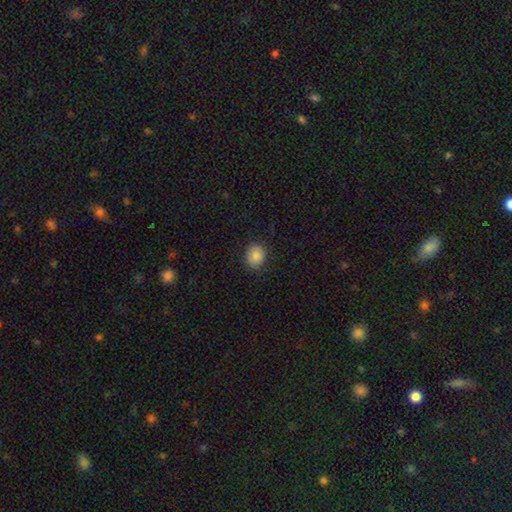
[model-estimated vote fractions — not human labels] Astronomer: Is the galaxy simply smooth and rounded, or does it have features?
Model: smooth — 85%.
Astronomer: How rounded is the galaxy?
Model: round — 76%.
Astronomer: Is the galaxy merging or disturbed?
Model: none — 87%.